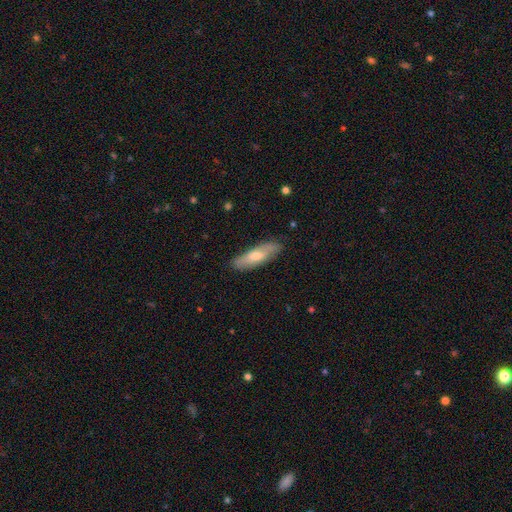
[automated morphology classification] Smooth or featured? smooth (61%)
How rounded? cigar-shaped (53%)
Merging? none (82%)